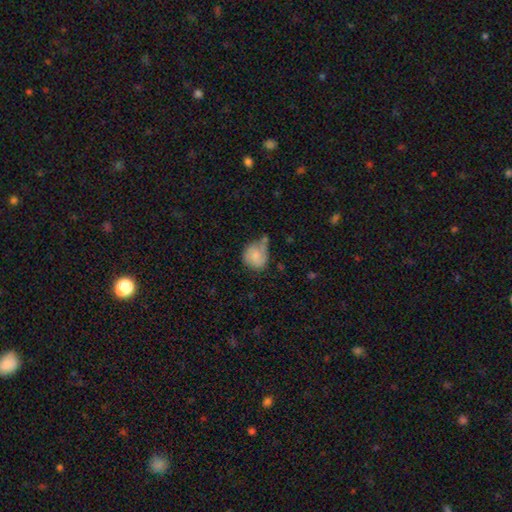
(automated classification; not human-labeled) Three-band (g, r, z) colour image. It shows a smooth galaxy with no disk features (72%) that is round (71%). Merging: none (39%).